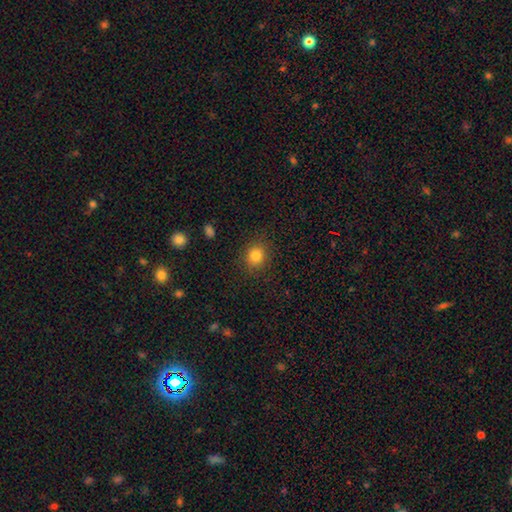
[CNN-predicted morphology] Smooth or featured: smooth — 84% (star or artifact — 11%)
How rounded: round — 84% (in between — 15%)
Merging: none — 87% (minor disturbance — 9%)